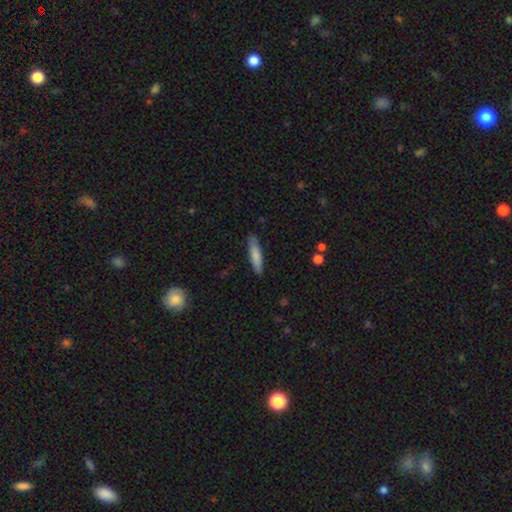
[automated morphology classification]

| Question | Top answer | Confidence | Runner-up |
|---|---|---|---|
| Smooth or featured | smooth | 79% | featured or disk (15%) |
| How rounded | cigar-shaped | 83% | in between (16%) |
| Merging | none | 87% | minor disturbance (10%) |